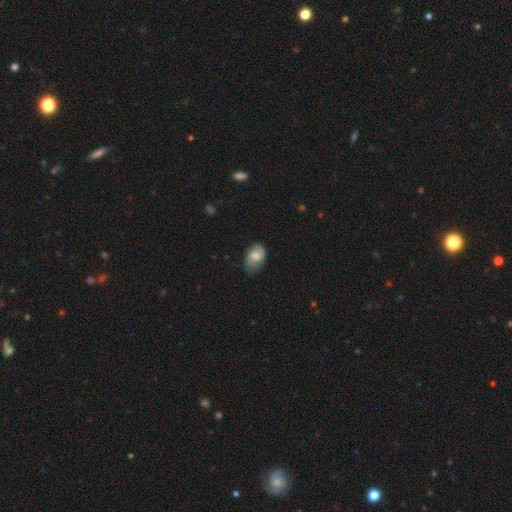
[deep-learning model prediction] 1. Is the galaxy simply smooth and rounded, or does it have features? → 63% smooth, 29% featured or disk, 7% star or artifact.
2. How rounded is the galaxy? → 86% in between, 12% round, 1% cigar-shaped.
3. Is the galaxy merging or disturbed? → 63% none, 29% minor disturbance, 7% major disturbance, 1% merger.